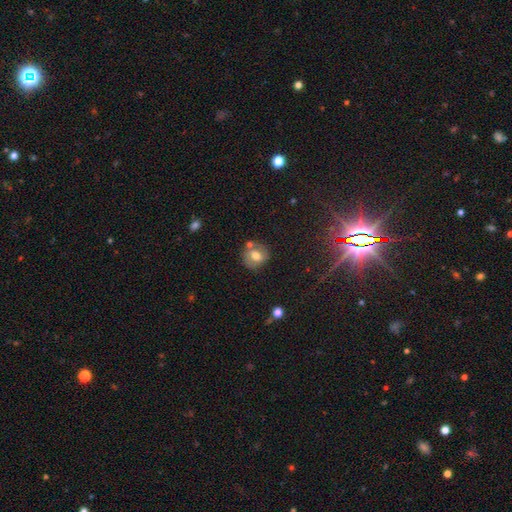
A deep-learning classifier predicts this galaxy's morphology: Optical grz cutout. It shows a smooth galaxy with no disk features (61%) that is round (76%). Merging: none (67%).